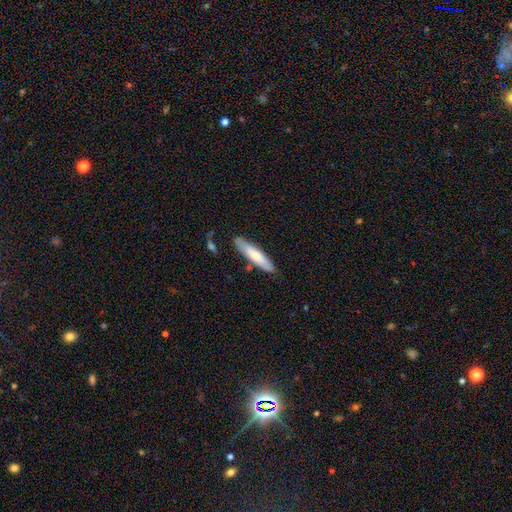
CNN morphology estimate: Smooth or featured?
  - smooth: 69% *
  - featured or disk: 26%
  - star or artifact: 5%
How rounded?
  - cigar-shaped: 80% *
  - in between: 19%
  - round: 1%
Merging?
  - none: 82% *
  - minor disturbance: 13%
  - merger: 3%
  - major disturbance: 2%